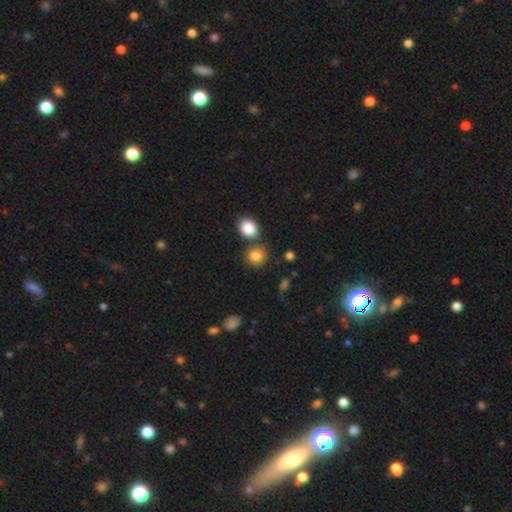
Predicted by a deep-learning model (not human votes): Overall: smooth (84%). How rounded: round (75%). Merging: none (68%).